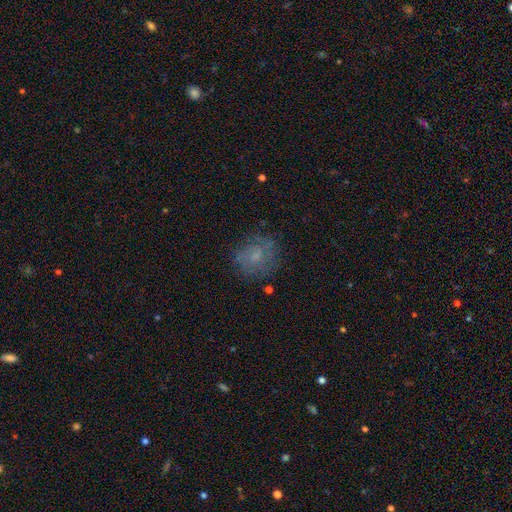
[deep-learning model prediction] Smooth or featured? smooth (48%)
Merging? none (69%)